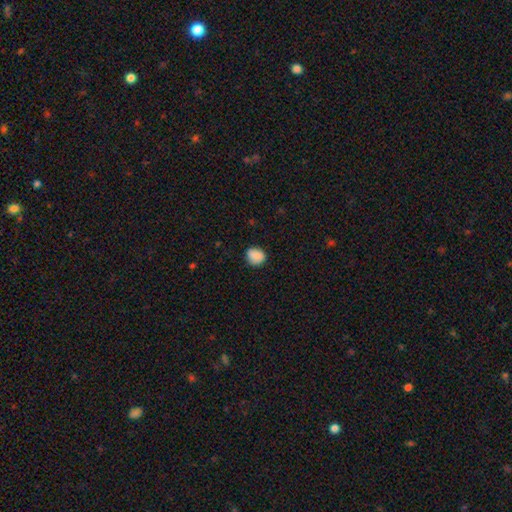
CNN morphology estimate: This is clearly a smooth galaxy (87%). How rounded: likely round (67%). Merging: likely none (79%).